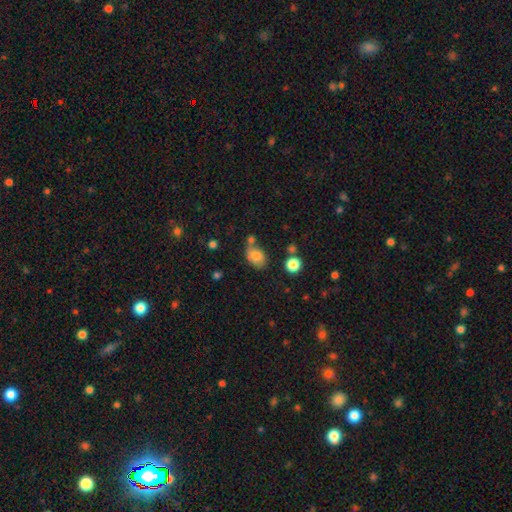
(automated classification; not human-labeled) A smooth galaxy with no disk features (78%) that is in between round and cigar-shaped (78%). Merging: none (52%).